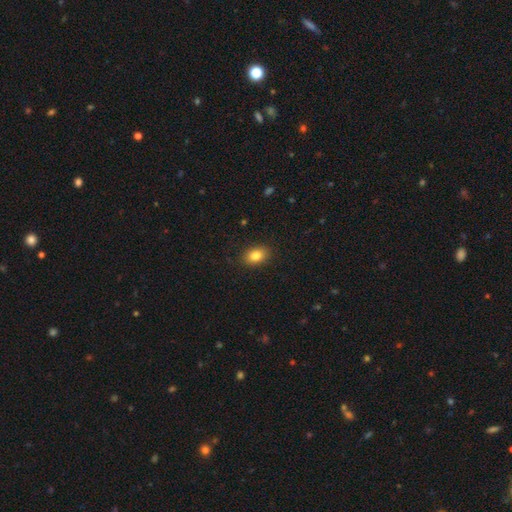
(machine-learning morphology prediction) A smooth galaxy with no disk features (84%) that is in between round and cigar-shaped (79%). Merging: none (88%).